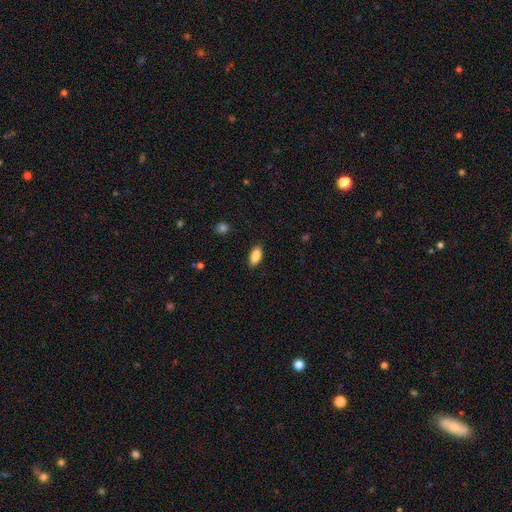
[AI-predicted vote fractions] Smooth or featured: smooth — 87% (star or artifact — 7%)
How rounded: in between — 89% (cigar-shaped — 8%)
Merging: none — 88% (minor disturbance — 9%)